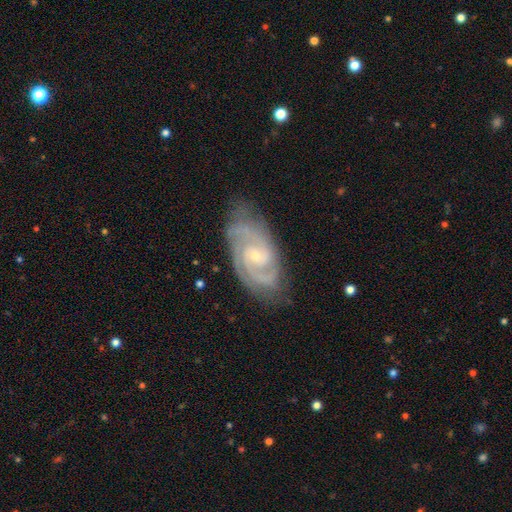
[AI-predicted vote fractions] A featured or disk galaxy (91%) with no bar (55%), 2 (63%) tight (61%) spiral arms (98%) and a small central bulge (72%). Merging: none (75%).